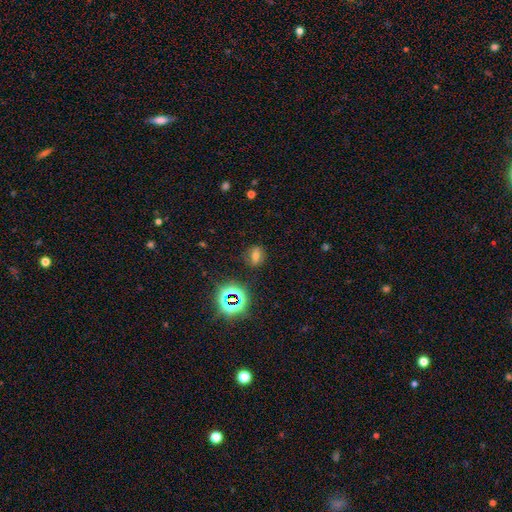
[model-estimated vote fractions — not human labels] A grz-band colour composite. It shows a smooth galaxy with no disk features (56%) that is in between round and cigar-shaped (54%). Merging: none (83%).